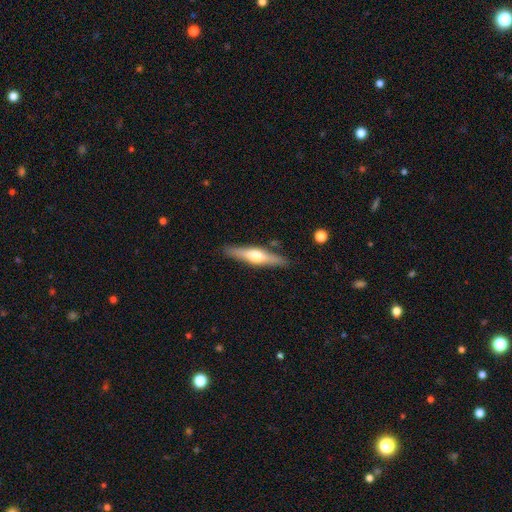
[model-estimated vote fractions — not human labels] This is possibly a featured or disk galaxy (58%). It is clearly viewed edge-on (95%). Edge-on bulge: clearly rounded (89%). Merging: clearly none (87%).